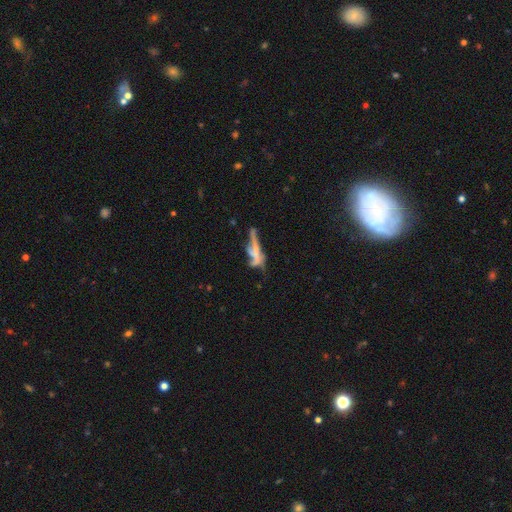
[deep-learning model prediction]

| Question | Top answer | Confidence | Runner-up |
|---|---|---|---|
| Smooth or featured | featured or disk | 52% | smooth (36%) |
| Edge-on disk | yes | 58% | no (42%) |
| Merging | merger | 33% | none (32%) |